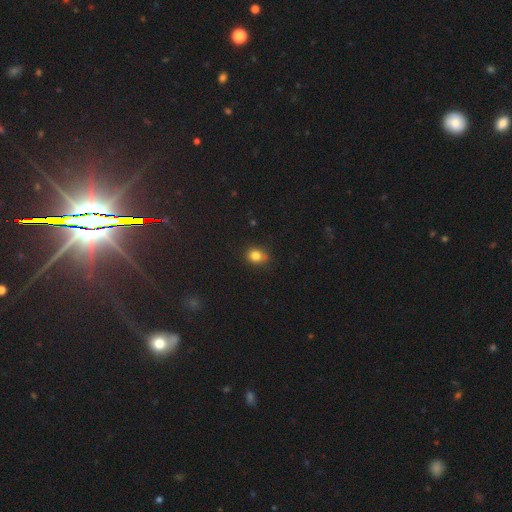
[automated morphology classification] Smooth or featured?
  - smooth: 82% *
  - star or artifact: 12%
  - featured or disk: 6%
How rounded?
  - round: 61% *
  - in between: 38%
  - cigar-shaped: 1%
Merging?
  - none: 74% *
  - minor disturbance: 20%
  - major disturbance: 4%
  - merger: 3%